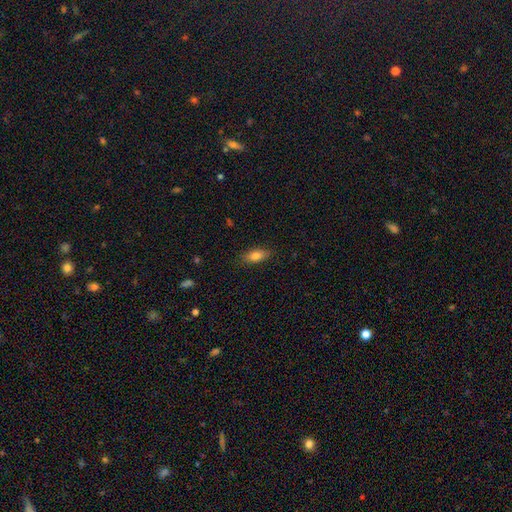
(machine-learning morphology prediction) Smooth or featured?
  - smooth: 82% *
  - featured or disk: 11%
  - star or artifact: 7%
How rounded?
  - in between: 81% *
  - cigar-shaped: 16%
  - round: 3%
Merging?
  - none: 85% *
  - minor disturbance: 11%
  - major disturbance: 3%
  - merger: 1%